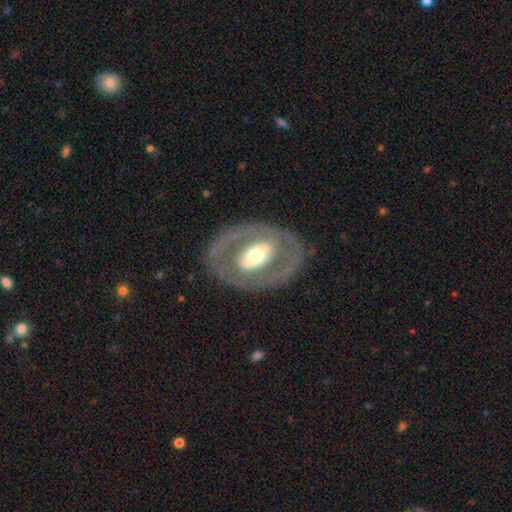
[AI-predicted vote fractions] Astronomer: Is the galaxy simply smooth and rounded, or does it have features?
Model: featured or disk — 67%.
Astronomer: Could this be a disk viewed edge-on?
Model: no — 92%.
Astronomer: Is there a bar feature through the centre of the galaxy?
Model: no — 52%.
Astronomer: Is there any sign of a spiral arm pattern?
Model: no — 76%.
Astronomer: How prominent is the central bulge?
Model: moderate — 63%.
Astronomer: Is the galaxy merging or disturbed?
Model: none — 79%.